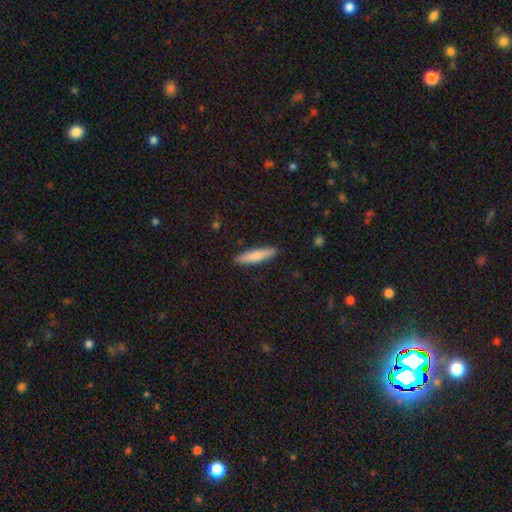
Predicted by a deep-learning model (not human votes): This is clearly a smooth galaxy (80%). How rounded: clearly cigar-shaped (85%). Merging: clearly none (90%).